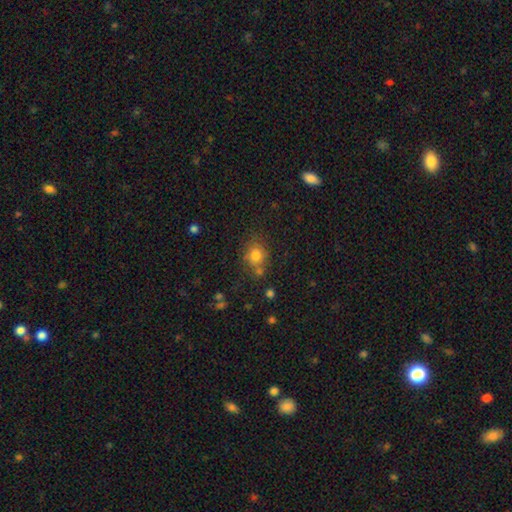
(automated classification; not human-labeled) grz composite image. It shows a smooth galaxy with no disk features (78%) that is round (67%). Merging: none (65%).